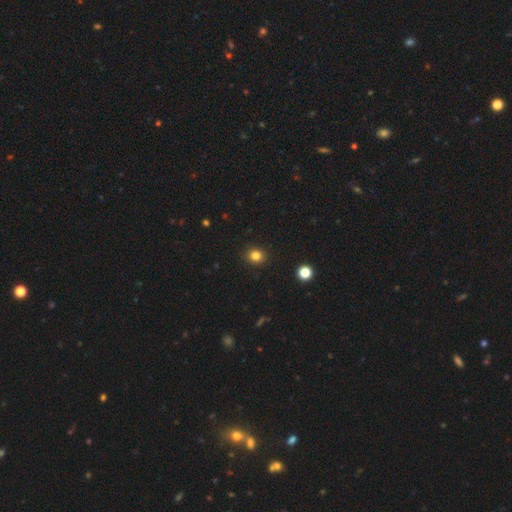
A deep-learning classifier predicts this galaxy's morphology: type=smooth (82%); roundness=round (77%); merging=none (91%).